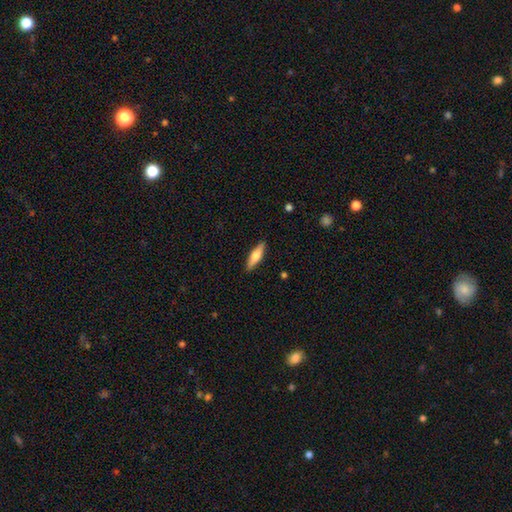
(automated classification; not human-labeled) Q: Smooth or featured?
A: smooth (56%); runner-up: featured or disk (39%)
Q: How rounded?
A: cigar-shaped (64%); runner-up: in between (34%)
Q: Merging?
A: none (89%); runner-up: minor disturbance (8%)